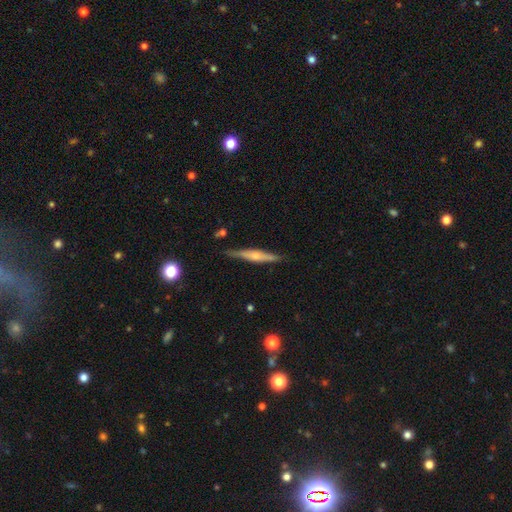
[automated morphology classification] type=featured or disk (65%); edge-on=yes (96%); edge-on bulge=rounded (75%); merging=none (84%).